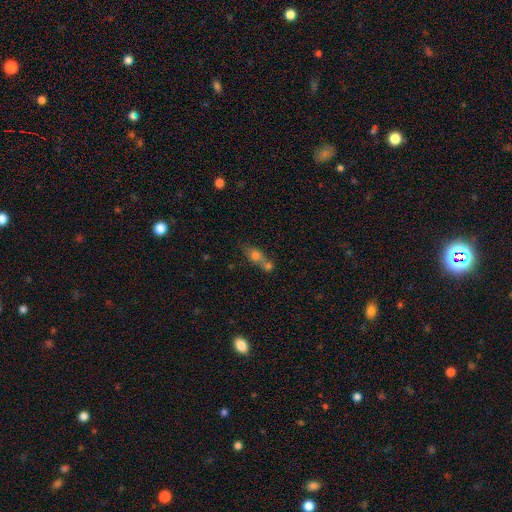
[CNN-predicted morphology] A smooth galaxy with no disk features (65%) that is in between round and cigar-shaped (54%).

Vote fractions:
- Smooth or featured? smooth: 65% / featured or disk: 22% / star or artifact: 13%
- How rounded? in between: 54% / round: 32% / cigar-shaped: 14%
- Merging? merger: 54% / none: 32% / minor disturbance: 9% / major disturbance: 5%